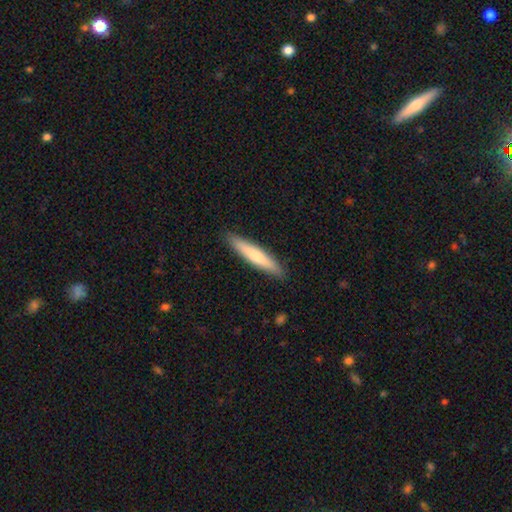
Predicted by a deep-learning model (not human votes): Smooth or featured?
  - smooth: 67% *
  - featured or disk: 28%
  - star or artifact: 5%
How rounded?
  - cigar-shaped: 91% *
  - in between: 8%
  - round: 1%
Merging?
  - none: 90% *
  - minor disturbance: 7%
  - major disturbance: 2%
  - merger: 1%